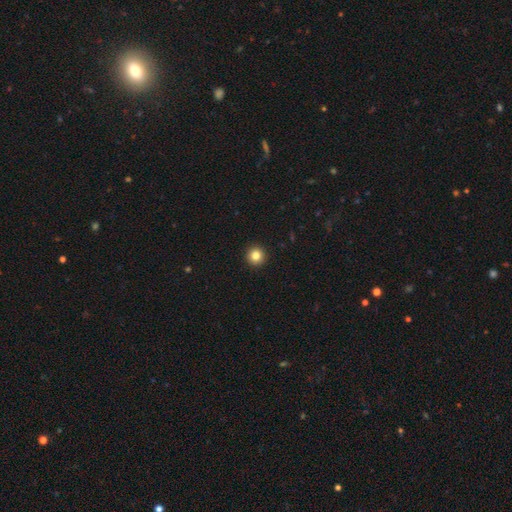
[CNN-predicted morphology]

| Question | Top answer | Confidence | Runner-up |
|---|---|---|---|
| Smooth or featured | smooth | 83% | star or artifact (11%) |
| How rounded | round | 96% | in between (3%) |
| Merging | none | 94% | minor disturbance (4%) |